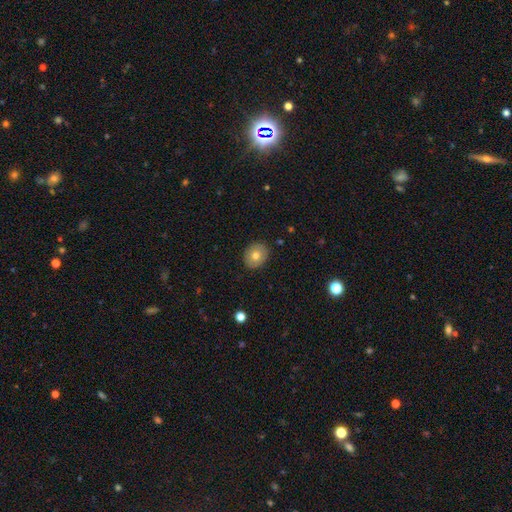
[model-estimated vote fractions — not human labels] Q: Smooth or featured?
A: smooth (71%); runner-up: featured or disk (21%)
Q: How rounded?
A: round (57%); runner-up: in between (43%)
Q: Merging?
A: none (88%); runner-up: minor disturbance (9%)